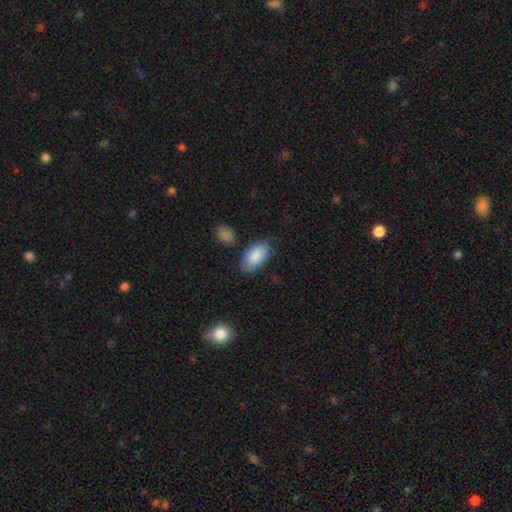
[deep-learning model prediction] Morphology: type=smooth (88%); roundness=in between (94%); merging=none (75%).